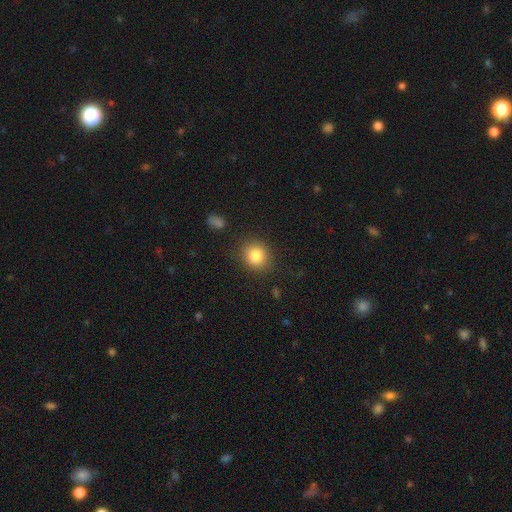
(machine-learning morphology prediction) This is clearly a smooth galaxy (84%). How rounded: likely round (76%). Merging: clearly none (84%).